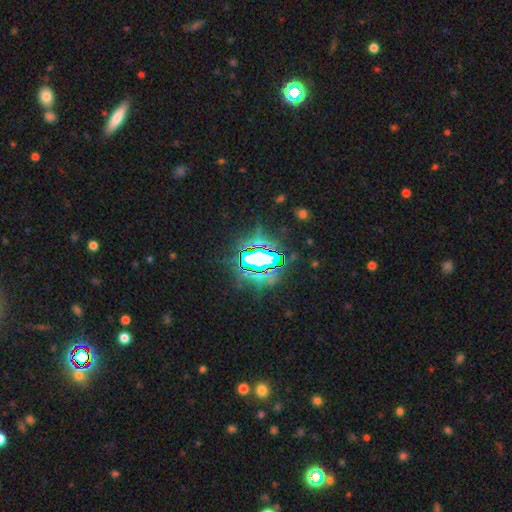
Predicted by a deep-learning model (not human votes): Smooth or featured: star or artifact — 75% (smooth — 13%)